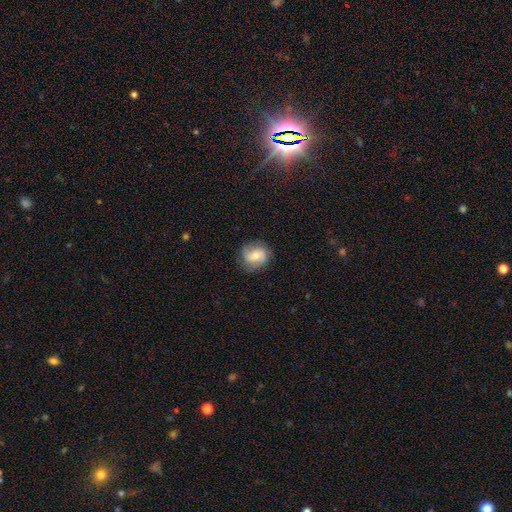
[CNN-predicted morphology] type=featured or disk (60%); edge-on=no (97%); bar=no (48%); spiral arms=yes (90%); winding=medium (44%); arm count=2 (75%); bulge=moderate (56%); merging=none (79%).